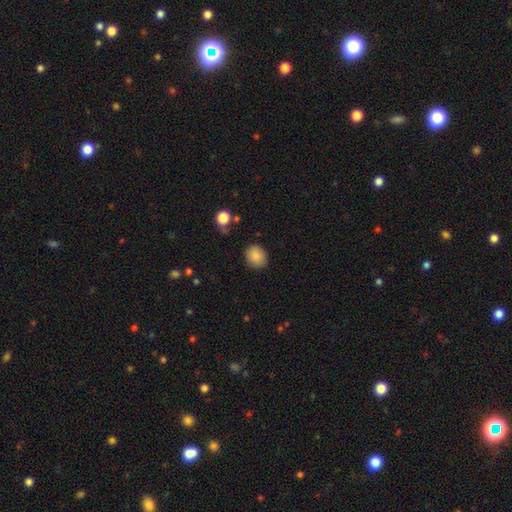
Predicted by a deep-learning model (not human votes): The model was most divided on "how rounded": round: 66%, in between: 33%, cigar-shaped: 1%. More confident: smooth or featured — smooth (87%); merging — none (82%).